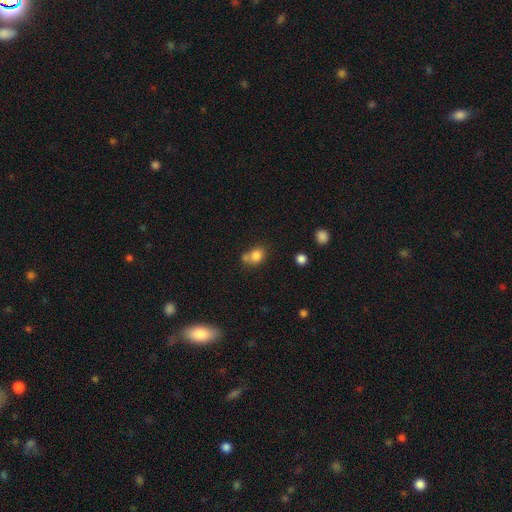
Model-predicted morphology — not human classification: smooth_or_featured: smooth (p=0.81) [alt: star or artifact p=0.11]
how_rounded: round (p=0.54) [alt: in between p=0.45]
merging: none (p=0.46) [alt: merger p=0.34]